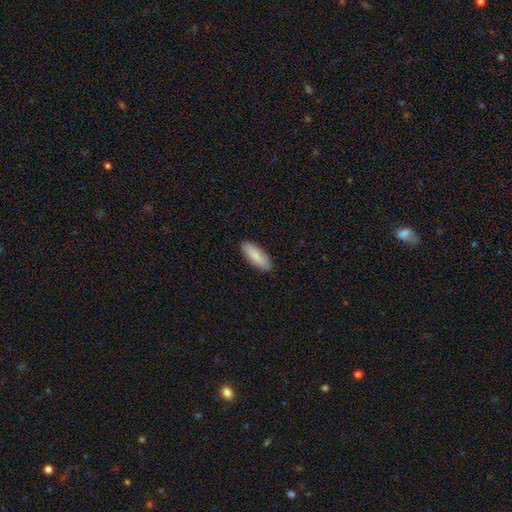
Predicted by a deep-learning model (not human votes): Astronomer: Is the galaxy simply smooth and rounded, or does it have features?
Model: smooth — 86%.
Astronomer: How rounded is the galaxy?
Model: in between — 69%.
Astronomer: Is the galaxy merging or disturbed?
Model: none — 89%.